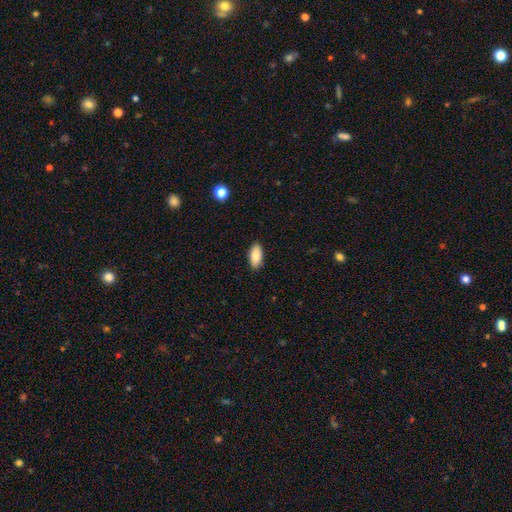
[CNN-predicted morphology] smooth 87%, star or artifact 7%, featured or disk 6%. Down the decision tree: how rounded — in between (92%); merging — none (89%).